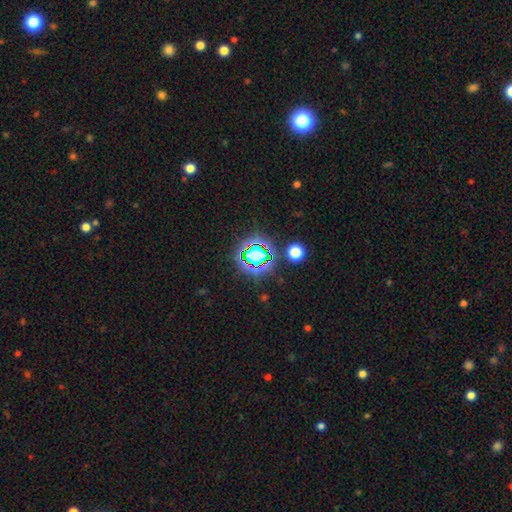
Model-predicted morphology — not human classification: The model was most divided on "smooth or featured": star or artifact: 65%, smooth: 25%, featured or disk: 11%.